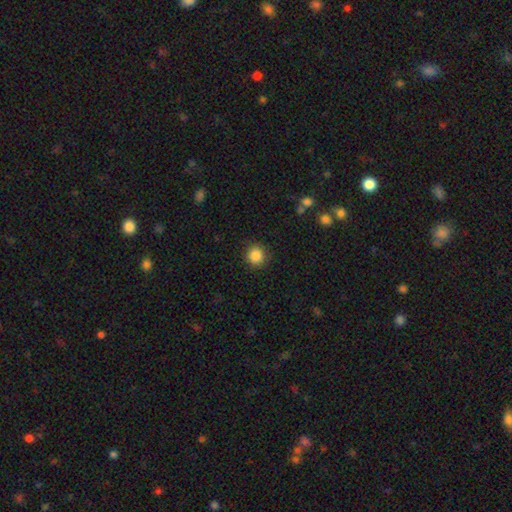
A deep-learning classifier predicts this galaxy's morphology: Smooth or featured? Predicted: smooth (p=0.86). How rounded? Predicted: round (p=0.93). Merging? Predicted: none (p=0.89).